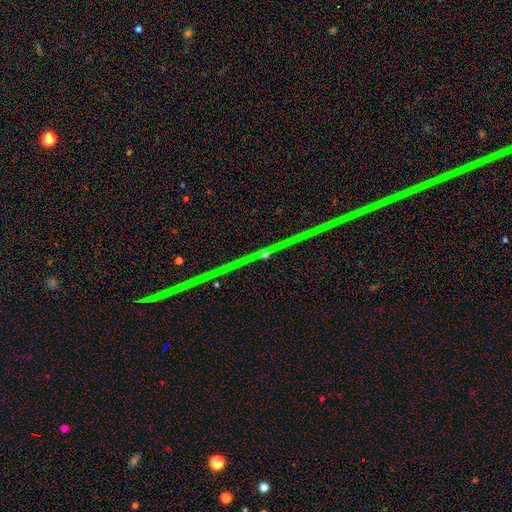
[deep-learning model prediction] Overall: star or artifact (88%).